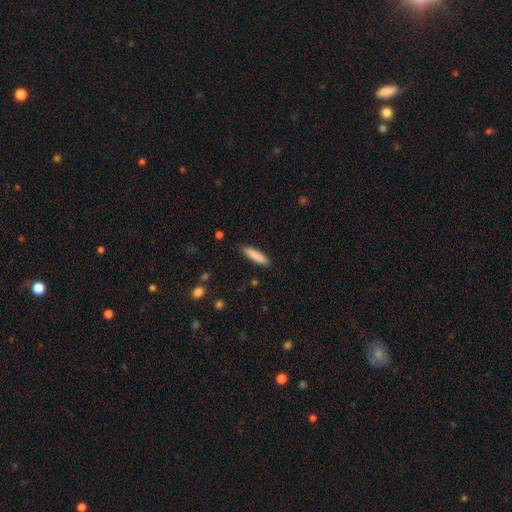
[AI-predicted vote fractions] A smooth galaxy with no disk features (86%) that is cigar-shaped (81%).

Vote fractions:
- Smooth or featured? smooth: 86% / featured or disk: 8% / star or artifact: 6%
- How rounded? cigar-shaped: 81% / in between: 18% / round: 1%
- Merging? none: 89% / minor disturbance: 8% / major disturbance: 2% / merger: 1%